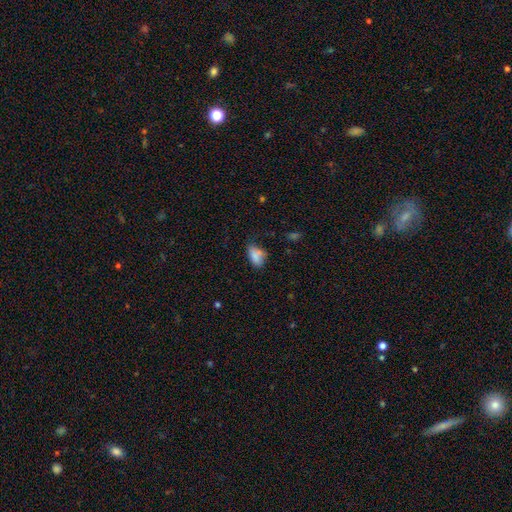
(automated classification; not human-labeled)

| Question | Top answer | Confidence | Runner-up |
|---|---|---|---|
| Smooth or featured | smooth | 78% | featured or disk (12%) |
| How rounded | in between | 88% | round (10%) |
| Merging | none | 46% | minor disturbance (33%) |